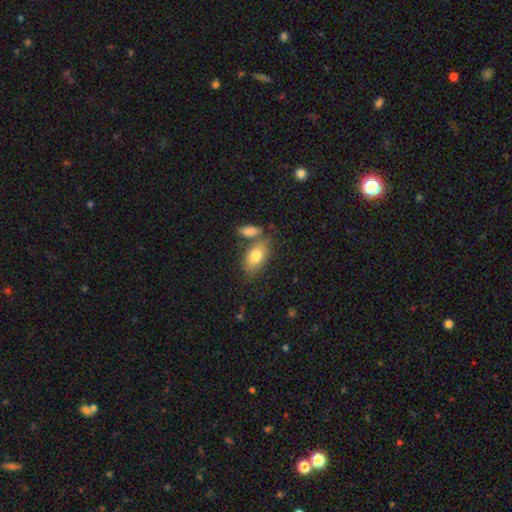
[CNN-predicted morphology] This is likely a smooth galaxy (79%). How rounded: clearly in between (89%). Merging: possibly none (58%).